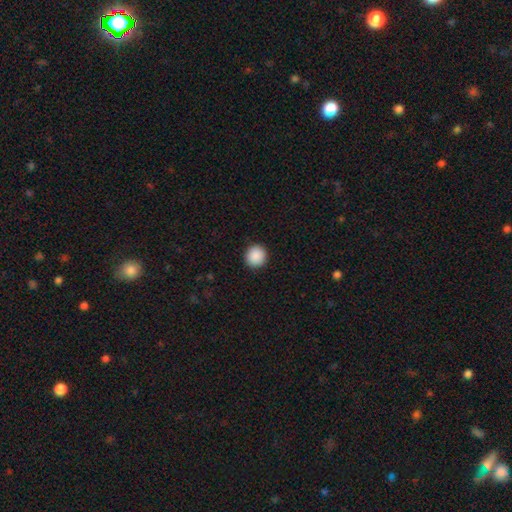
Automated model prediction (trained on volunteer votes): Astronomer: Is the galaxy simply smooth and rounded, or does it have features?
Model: smooth — 90%.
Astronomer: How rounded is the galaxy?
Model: round — 94%.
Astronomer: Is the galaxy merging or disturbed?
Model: none — 93%.